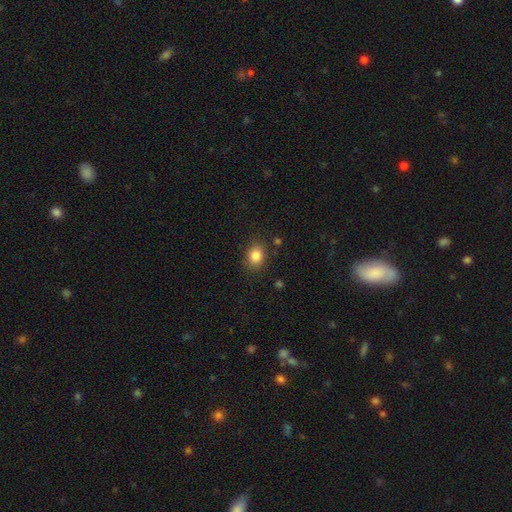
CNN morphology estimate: Overall: smooth (84%). How rounded: round (53%; in between 46%). Merging: none (85%).